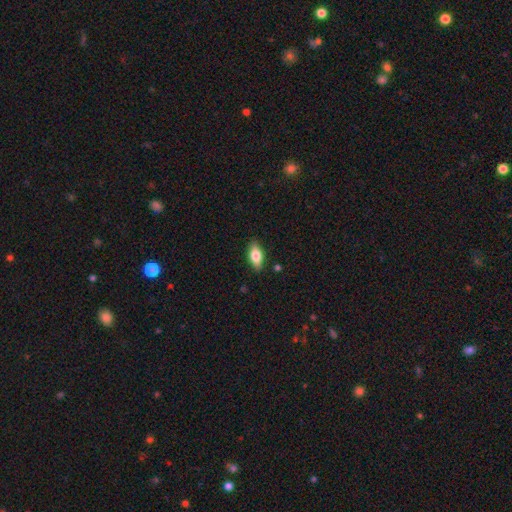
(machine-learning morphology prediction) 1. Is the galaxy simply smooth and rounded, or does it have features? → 75% smooth, 18% featured or disk, 7% star or artifact.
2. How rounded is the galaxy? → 86% in between, 9% cigar-shaped, 4% round.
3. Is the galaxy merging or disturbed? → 86% none, 11% minor disturbance, 2% major disturbance, 1% merger.